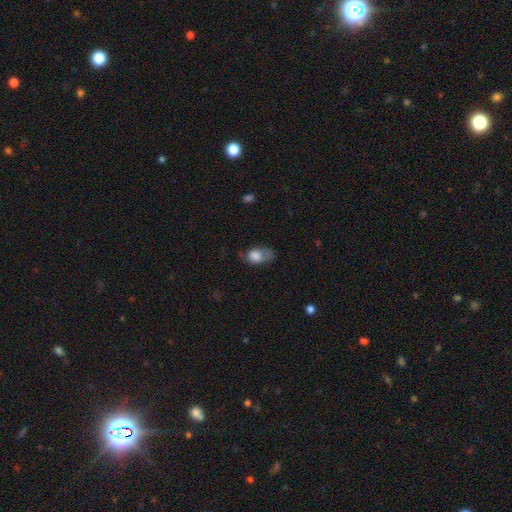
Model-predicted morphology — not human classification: type=smooth (79%); roundness=in between (77%); merging=none (35%).